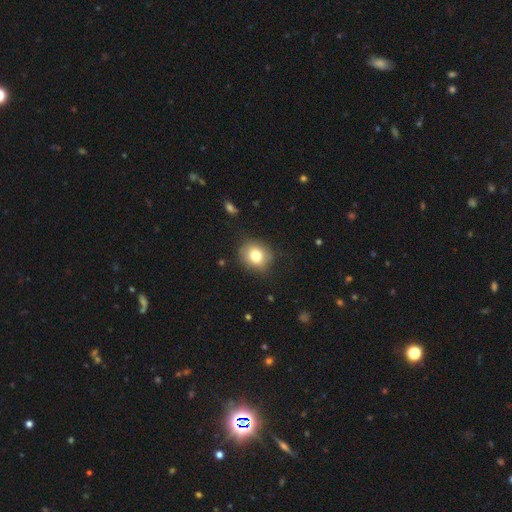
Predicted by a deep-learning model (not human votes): Smooth or featured? smooth (78%)
How rounded? round (71%)
Merging? none (82%)